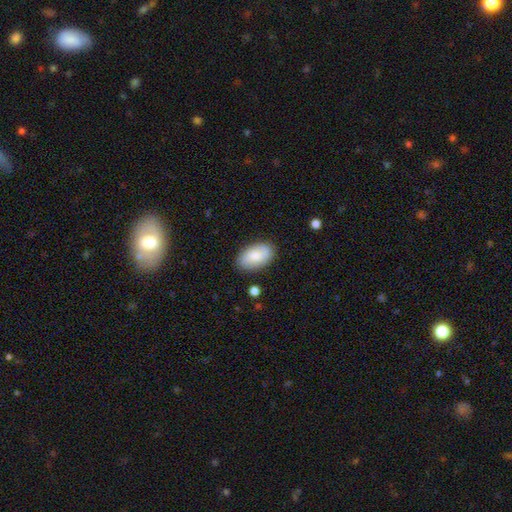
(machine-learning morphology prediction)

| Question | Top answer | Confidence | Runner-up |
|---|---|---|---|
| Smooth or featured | smooth | 69% | featured or disk (24%) |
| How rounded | in between | 93% | round (6%) |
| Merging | none | 84% | minor disturbance (12%) |